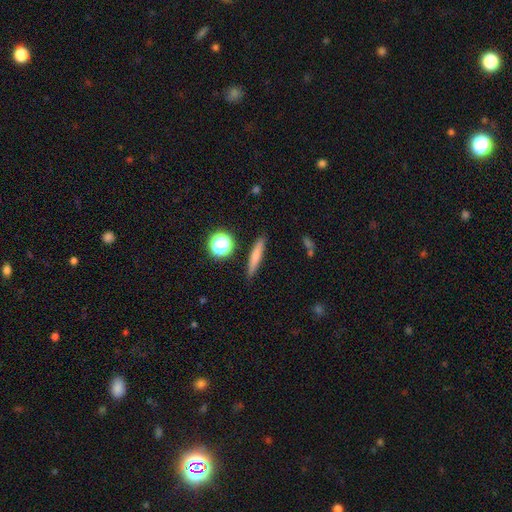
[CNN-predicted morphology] Smooth or featured? Predicted: smooth (p=0.67). How rounded? Predicted: cigar-shaped (p=0.85). Merging? Predicted: none (p=0.87).